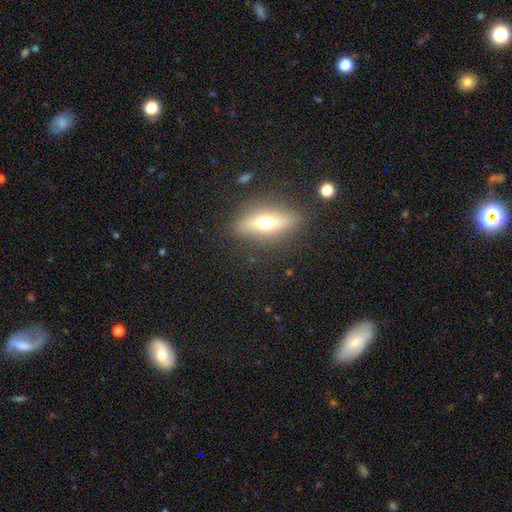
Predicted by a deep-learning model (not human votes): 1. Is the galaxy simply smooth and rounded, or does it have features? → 56% featured or disk, 32% smooth, 12% star or artifact.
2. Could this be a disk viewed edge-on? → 85% yes, 15% no.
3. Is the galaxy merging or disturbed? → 83% none, 11% minor disturbance, 4% major disturbance, 2% merger.